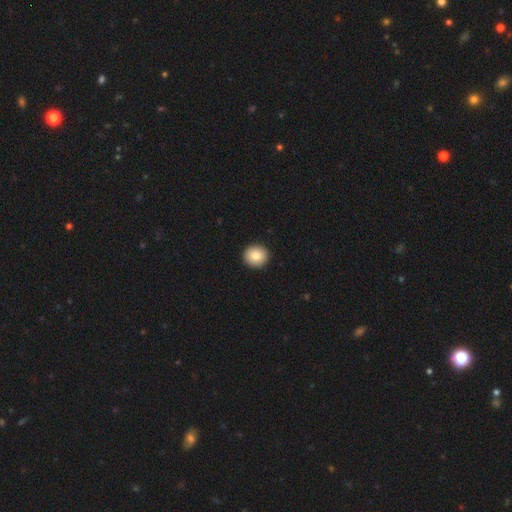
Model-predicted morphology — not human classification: Smooth or featured? Predicted: smooth (p=0.86). How rounded? Predicted: round (p=0.93). Merging? Predicted: none (p=0.93).